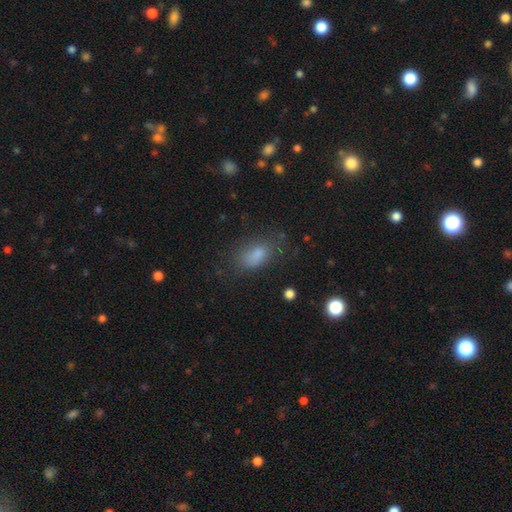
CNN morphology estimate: A smooth galaxy with no disk features (77%) that is in between round and cigar-shaped (86%). Merging: none (67%).